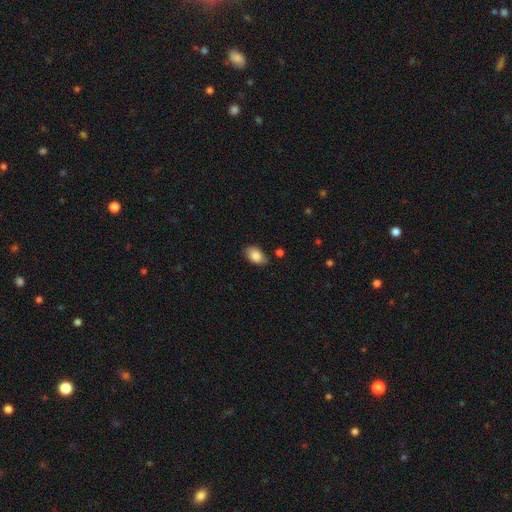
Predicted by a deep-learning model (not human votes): This is clearly a smooth galaxy (86%). How rounded: clearly in between (90%). Merging: likely none (77%).